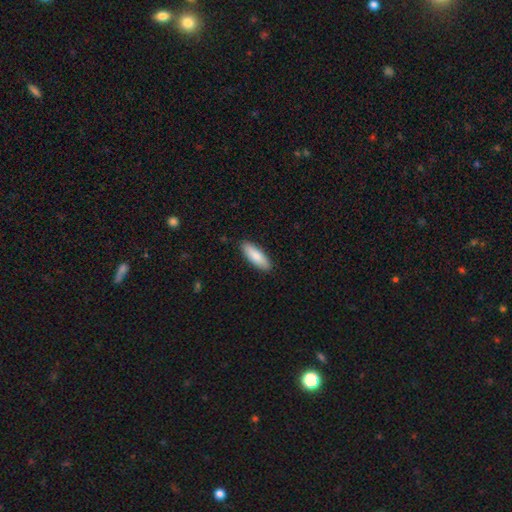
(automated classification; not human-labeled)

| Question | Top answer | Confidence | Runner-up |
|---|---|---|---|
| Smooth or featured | smooth | 83% | featured or disk (11%) |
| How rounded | in between | 57% | cigar-shaped (42%) |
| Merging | none | 89% | minor disturbance (8%) |